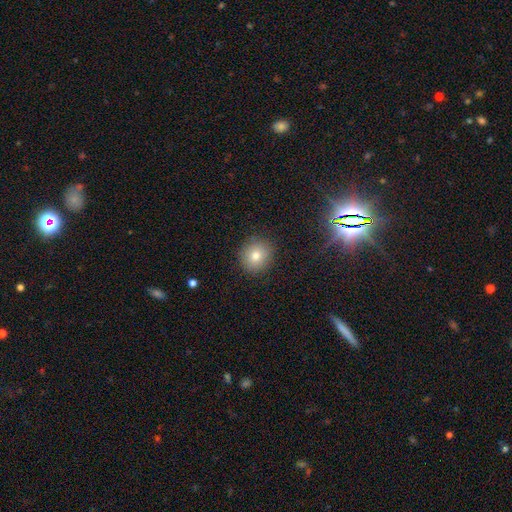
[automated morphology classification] Smooth or featured: smooth — 76% (star or artifact — 13%)
How rounded: round — 87% (in between — 12%)
Merging: none — 88% (minor disturbance — 8%)